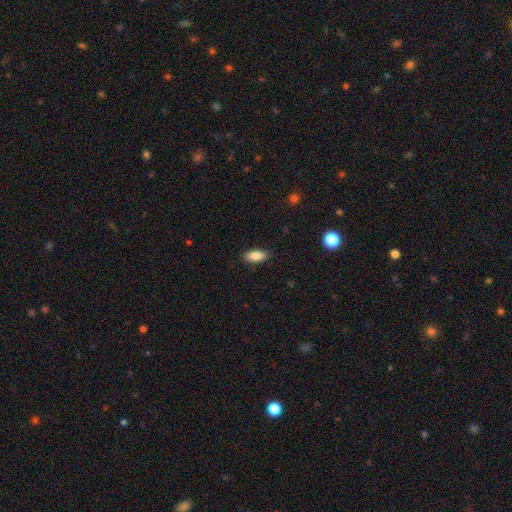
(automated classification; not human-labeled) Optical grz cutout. It shows a smooth galaxy with no disk features (86%) that is in between round and cigar-shaped (87%). Merging: none (87%).